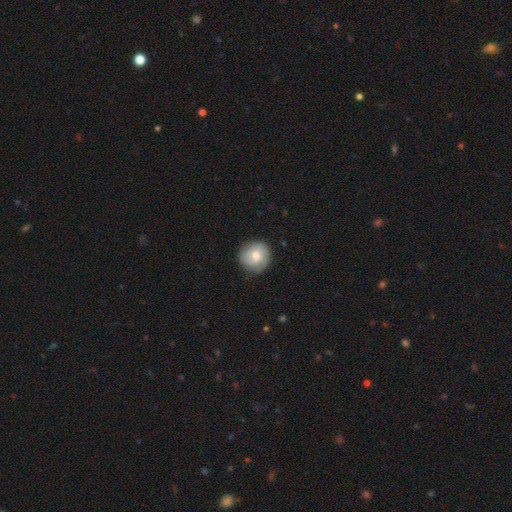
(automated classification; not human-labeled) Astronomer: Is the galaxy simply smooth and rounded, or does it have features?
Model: smooth — 65%.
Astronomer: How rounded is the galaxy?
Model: round — 92%.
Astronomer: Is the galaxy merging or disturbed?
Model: none — 83%.